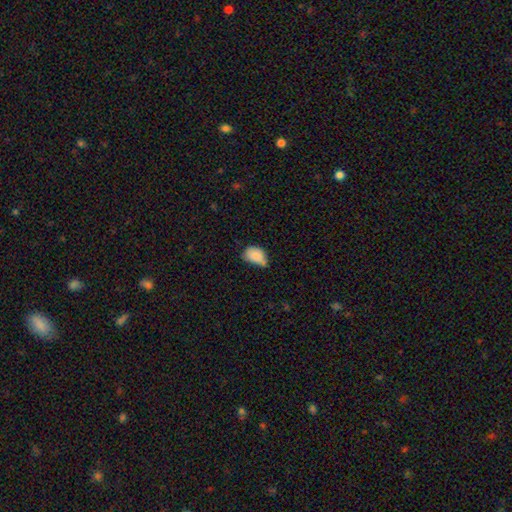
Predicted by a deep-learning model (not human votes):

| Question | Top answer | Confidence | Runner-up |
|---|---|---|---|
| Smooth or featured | smooth | 84% | star or artifact (9%) |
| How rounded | in between | 82% | round (17%) |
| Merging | minor disturbance | 47% | none (31%) |